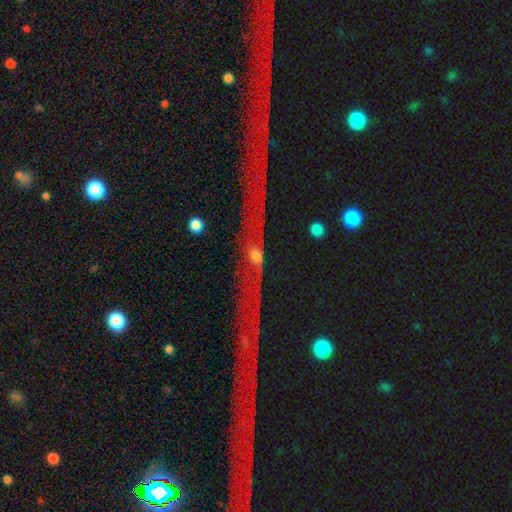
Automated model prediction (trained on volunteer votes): Morphology: type=featured or disk (52%); edge-on=yes (62%); merging=none (63%).